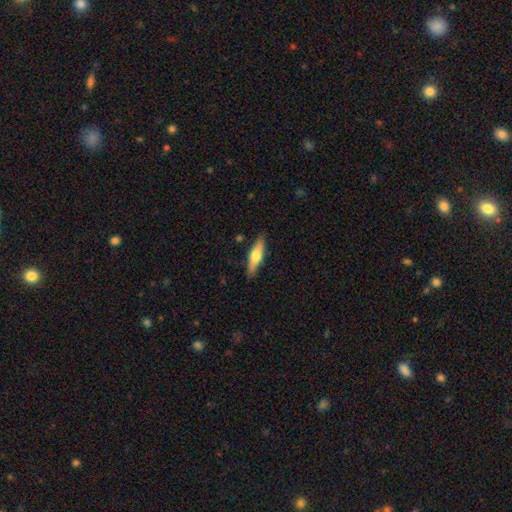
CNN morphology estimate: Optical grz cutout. It shows a smooth galaxy with no disk features (57%) that is cigar-shaped (60%). Merging: none (86%).